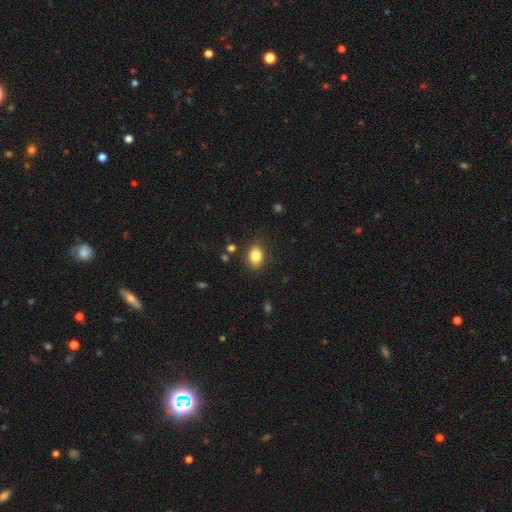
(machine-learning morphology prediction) Q: Smooth or featured?
A: smooth (83%); runner-up: star or artifact (9%)
Q: How rounded?
A: in between (76%); runner-up: round (23%)
Q: Merging?
A: none (82%); runner-up: minor disturbance (13%)